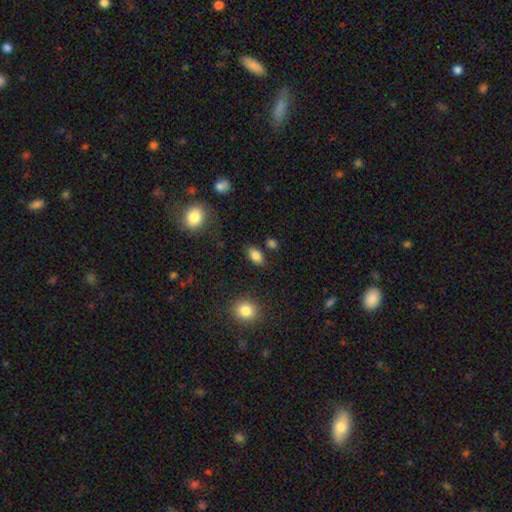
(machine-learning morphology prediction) Overall: smooth (85%). How rounded: in between (87%). Merging: none (83%).